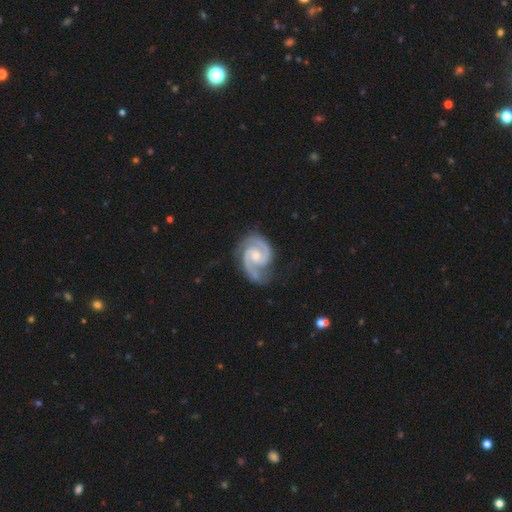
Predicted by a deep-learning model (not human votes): This is clearly a featured or disk galaxy (94%). It is clearly not viewed edge-on (98%). Bar: likely no (61%). Spiral arm pattern: clearly yes (99%). Spiral arm count: clearly 2 (92%). Spiral winding: possibly tight (49%). Central bulge: possibly moderate (52%). Merging: likely none (73%).